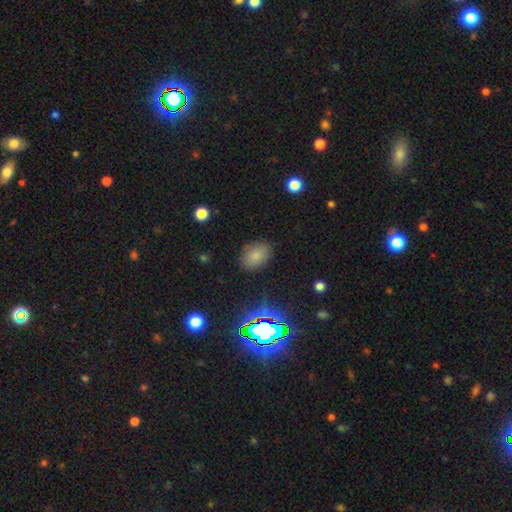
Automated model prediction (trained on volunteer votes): smooth-or-featured: smooth: 78% | star or artifact: 14% | featured or disk: 8%
  how-rounded: in between: 79% | round: 20% | cigar-shaped: 1%
  merging: none: 83% | minor disturbance: 12% | major disturbance: 3% | merger: 1%